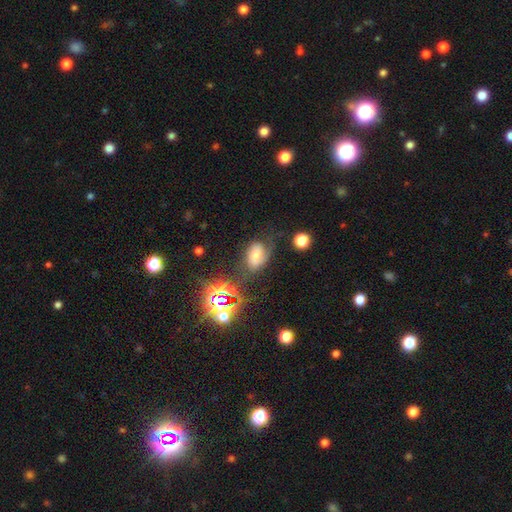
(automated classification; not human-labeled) Morphology: type=smooth (45%); merging=none (46%).